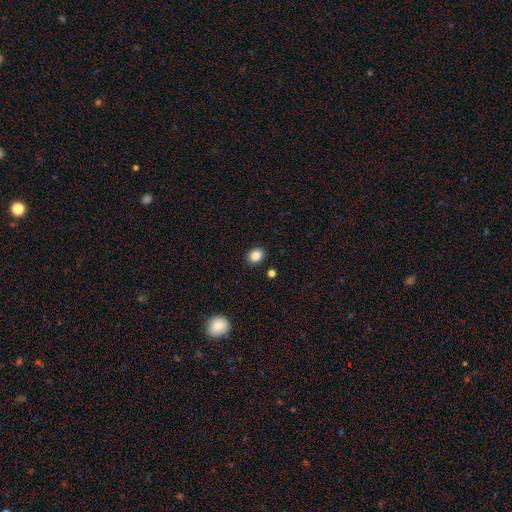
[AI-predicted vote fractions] smooth_or_featured: smooth (p=0.87) [alt: star or artifact p=0.10]
how_rounded: round (p=0.55) [alt: in between p=0.44]
merging: none (p=0.89) [alt: minor disturbance p=0.07]